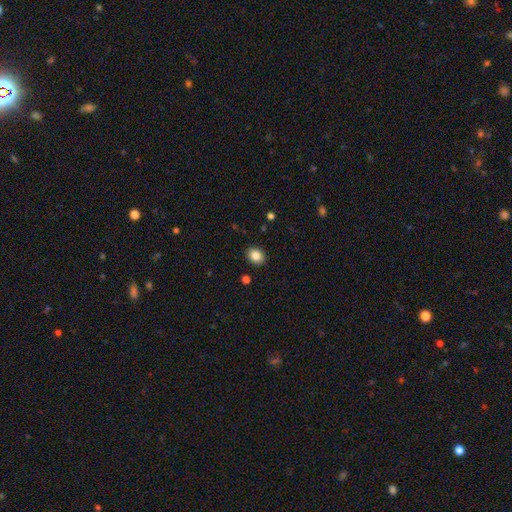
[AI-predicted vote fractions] Morphology: type=smooth (85%); roundness=round (54%); merging=none (90%).